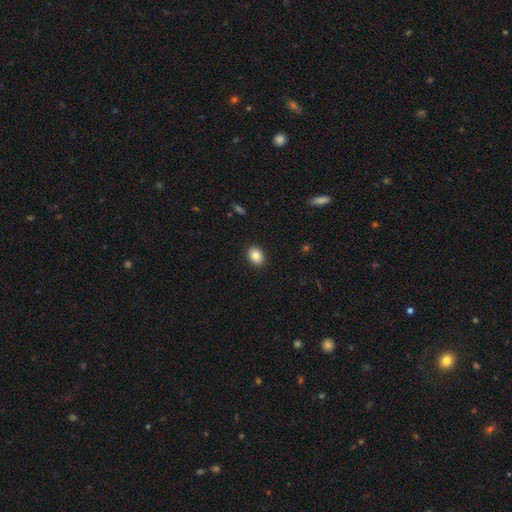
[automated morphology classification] Smooth or featured? Predicted: smooth (p=0.85). How rounded? Predicted: in between (p=0.63). Merging? Predicted: none (p=0.90).